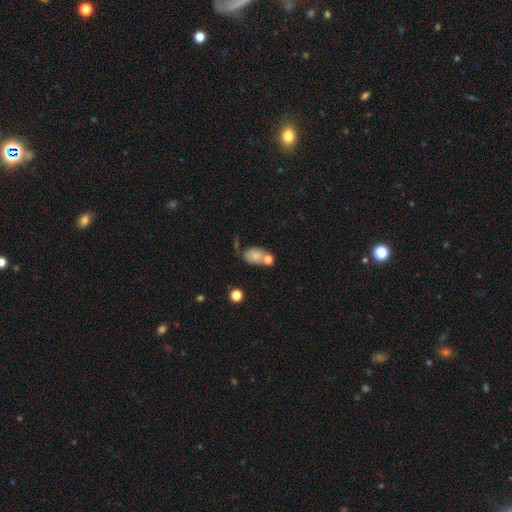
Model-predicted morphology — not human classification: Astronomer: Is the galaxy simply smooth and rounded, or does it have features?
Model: smooth — 71%.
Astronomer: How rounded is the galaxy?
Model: in between — 79%.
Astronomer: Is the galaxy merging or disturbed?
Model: none — 39% (runner-up: merger, 31%).